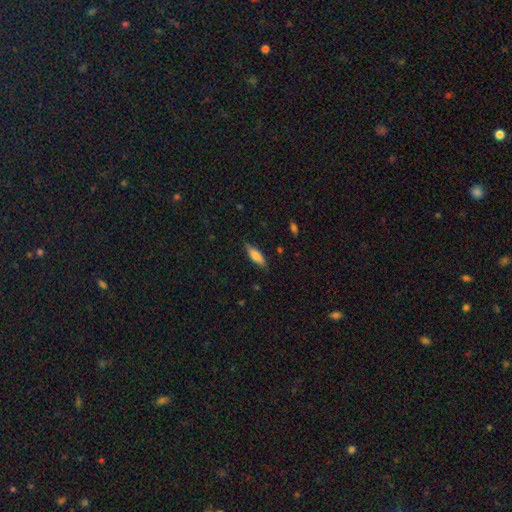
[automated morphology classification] Smooth or featured? Predicted: smooth (p=0.72). How rounded? Predicted: cigar-shaped (p=0.49, tied with in between). Merging? Predicted: none (p=0.81).